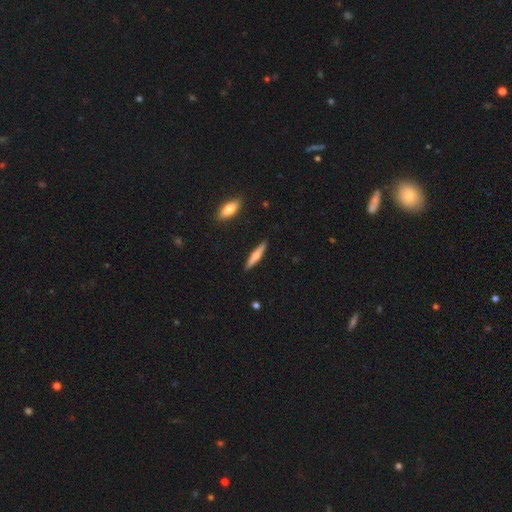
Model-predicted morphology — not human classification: type=smooth (54%); roundness=cigar-shaped (88%); merging=none (90%).